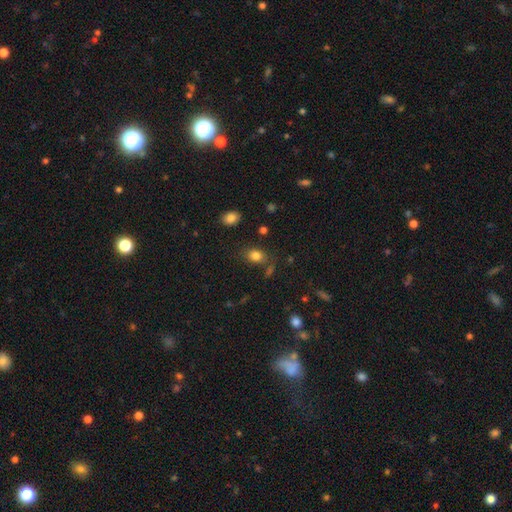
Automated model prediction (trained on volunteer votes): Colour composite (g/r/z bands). It shows a smooth galaxy with no disk features (81%) that is in between round and cigar-shaped (71%). Merging: none (75%).